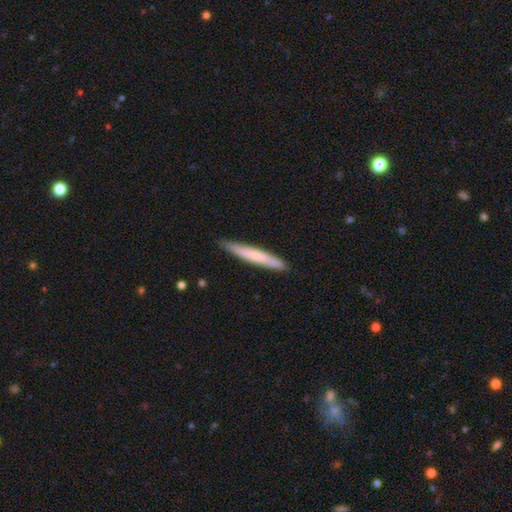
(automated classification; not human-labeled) This appears to be a smooth galaxy with no disk features (64%) that is cigar-shaped (96%). Merging: none (88%).